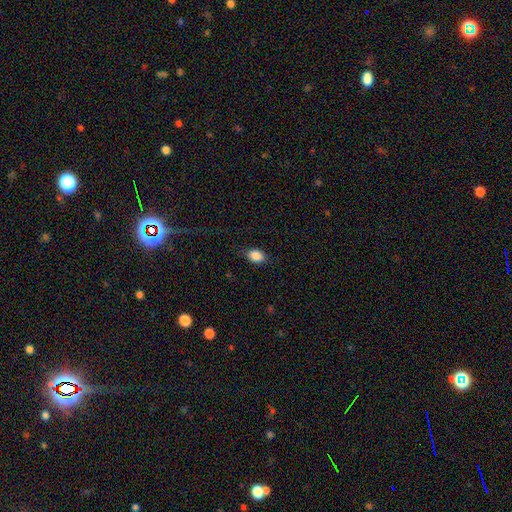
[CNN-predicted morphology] Smooth or featured: smooth — 88% (star or artifact — 8%)
How rounded: in between — 79% (round — 20%)
Merging: none — 81% (minor disturbance — 14%)